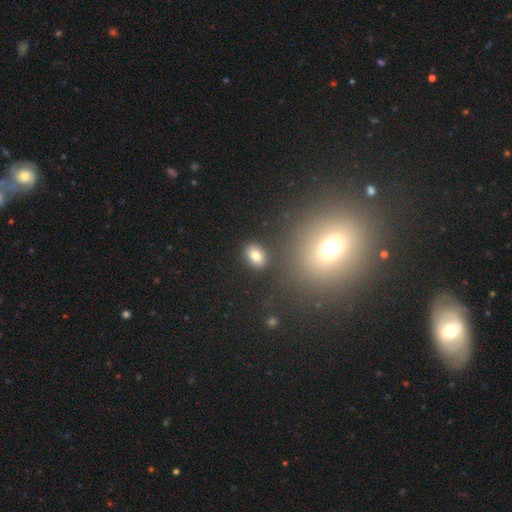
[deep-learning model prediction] Q: Smooth or featured?
A: smooth (80%); runner-up: star or artifact (11%)
Q: How rounded?
A: in between (81%); runner-up: round (17%)
Q: Merging?
A: none (85%); runner-up: minor disturbance (8%)